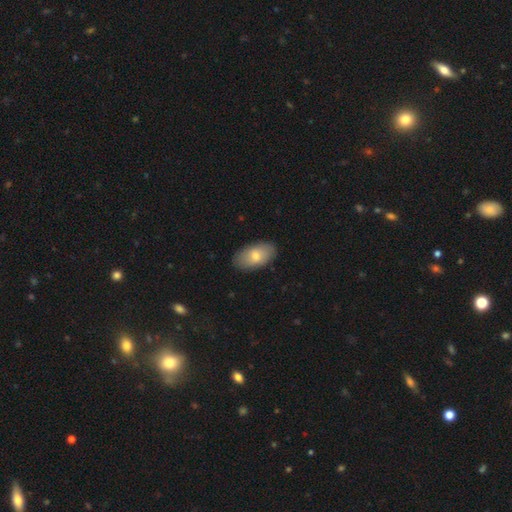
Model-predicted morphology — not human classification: smooth_or_featured: smooth (p=0.74) [alt: featured or disk p=0.19]
how_rounded: in between (p=0.94) [alt: round p=0.04]
merging: none (p=0.87) [alt: minor disturbance p=0.10]